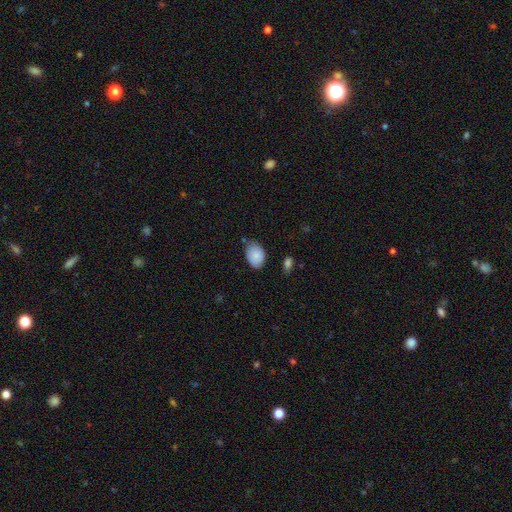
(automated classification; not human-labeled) Q: Smooth or featured?
A: smooth (87%); runner-up: star or artifact (7%)
Q: How rounded?
A: in between (85%); runner-up: round (14%)
Q: Merging?
A: none (69%); runner-up: minor disturbance (24%)